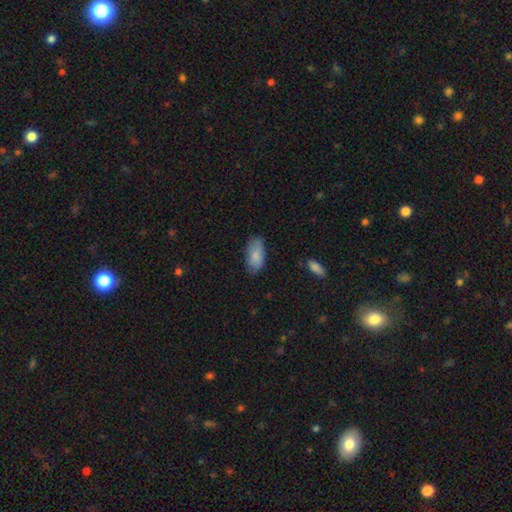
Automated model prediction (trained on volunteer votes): This is clearly a smooth galaxy (82%). How rounded: clearly in between (93%). Merging: likely none (77%).